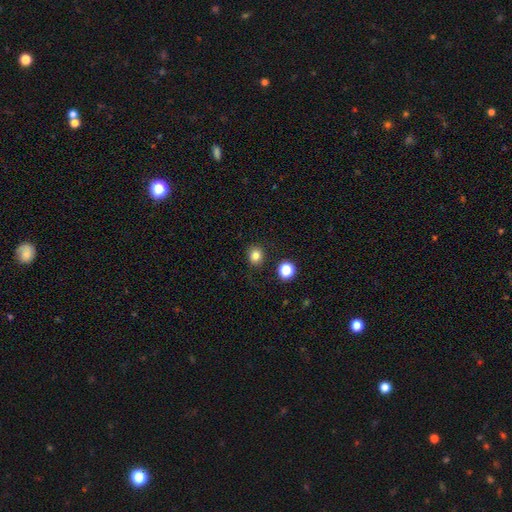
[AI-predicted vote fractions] Smooth or featured? smooth (81%)
How rounded? round (79%)
Merging? none (87%)